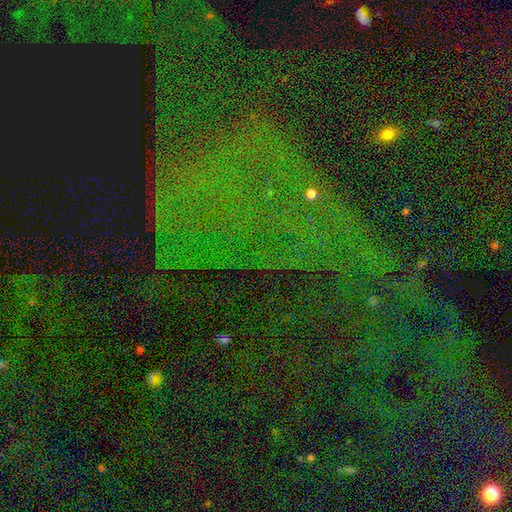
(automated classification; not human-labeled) Smooth or featured? Predicted: star or artifact (p=0.80).